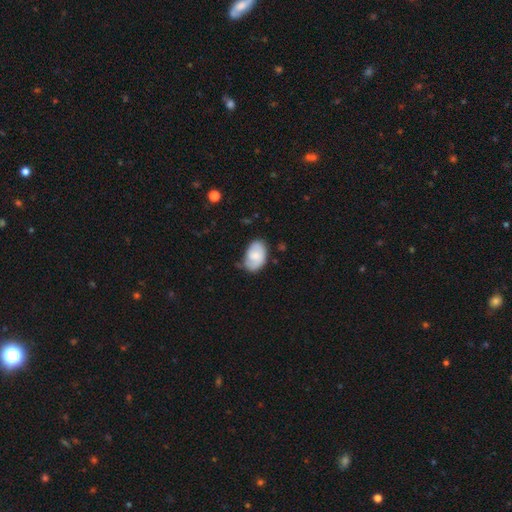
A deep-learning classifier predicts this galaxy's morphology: Q: Smooth or featured?
A: smooth (59%); runner-up: featured or disk (34%)
Q: How rounded?
A: in between (87%); runner-up: round (11%)
Q: Merging?
A: none (55%); runner-up: minor disturbance (34%)